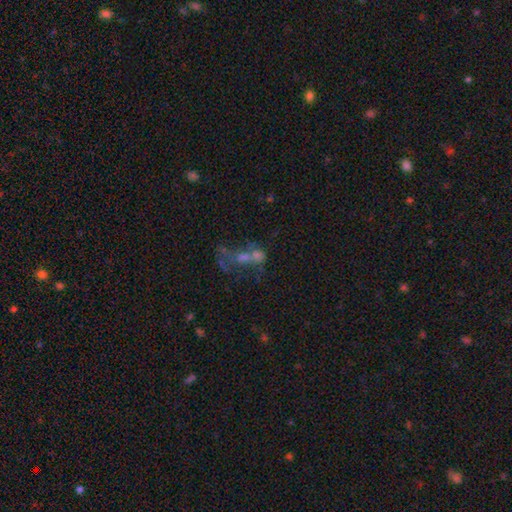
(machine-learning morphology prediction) Smooth or featured: featured or disk — 40% (smooth — 35%)
Merging: merger — 54% (none — 20%)